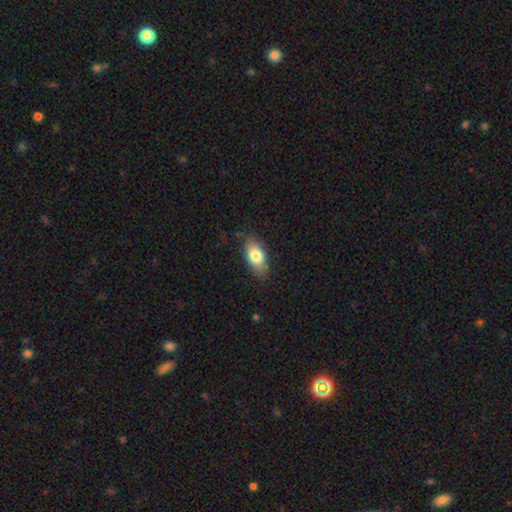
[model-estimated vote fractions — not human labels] Smooth or featured? smooth (80%)
How rounded? in between (90%)
Merging? none (79%)